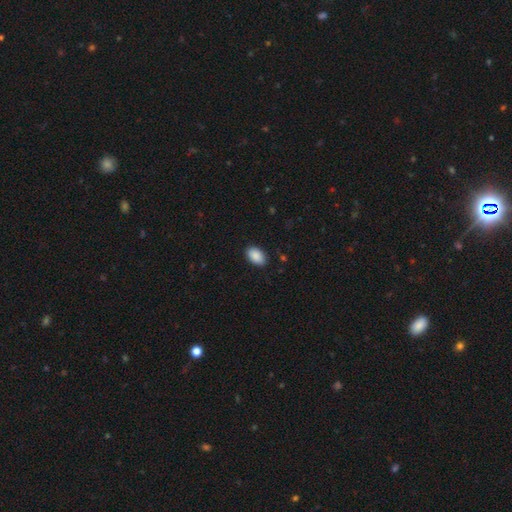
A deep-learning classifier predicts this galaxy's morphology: This is clearly a smooth galaxy (90%). How rounded: clearly in between (93%). Merging: clearly none (88%).